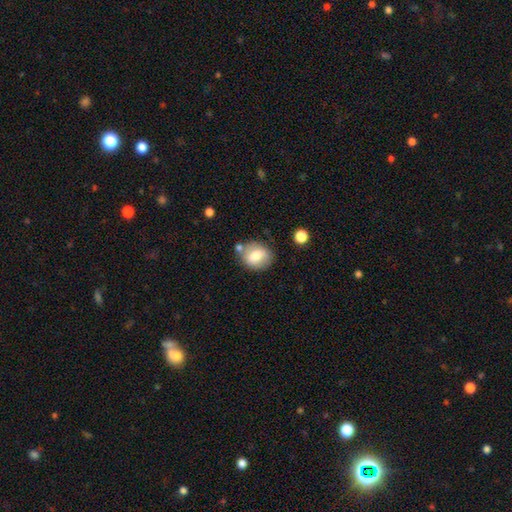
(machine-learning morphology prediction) smooth_or_featured: smooth (p=0.72) [alt: featured or disk p=0.20]
how_rounded: round (p=0.60) [alt: in between p=0.39]
merging: none (p=0.71) [alt: minor disturbance p=0.15]